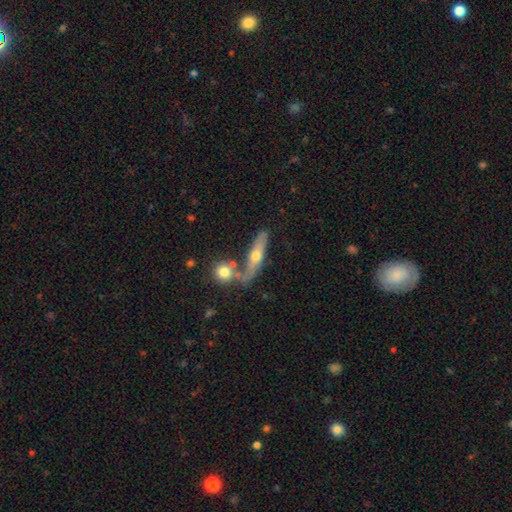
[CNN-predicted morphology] Smooth or featured? featured or disk (58%)
Edge-on disk? yes (80%)
Merging? none (59%)